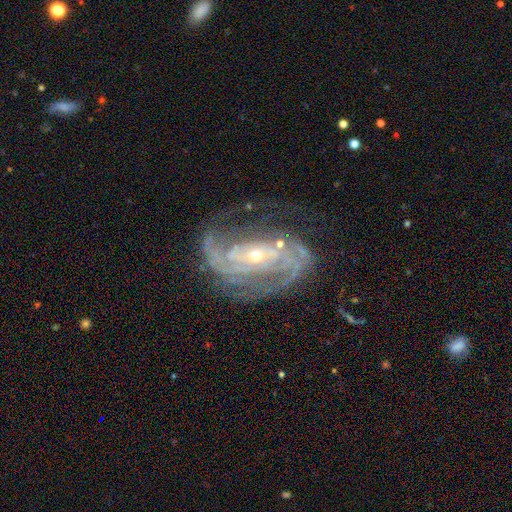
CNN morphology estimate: Smooth or featured? featured or disk (90%)
Edge-on disk? no (96%)
Bar? no (42%)
Spiral arms? yes (97%)
Spiral winding? tight (50%)
Spiral arm count? 2 (42%)
Bulge size? small (71%)
Merging? none (64%)